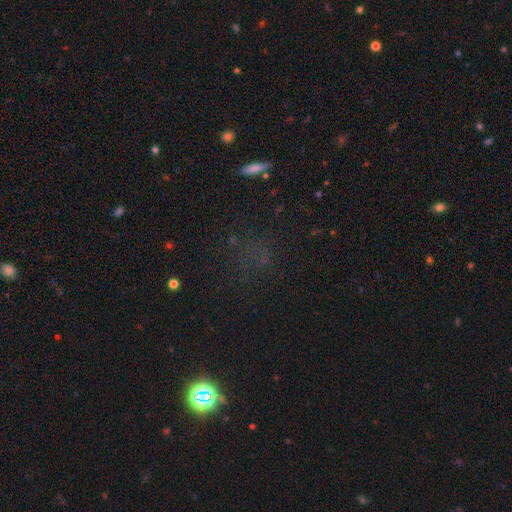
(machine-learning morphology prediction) A star or artifact, not a galaxy (53%).

Vote fractions:
- Smooth or featured? star or artifact: 53% / smooth: 34% / featured or disk: 14%